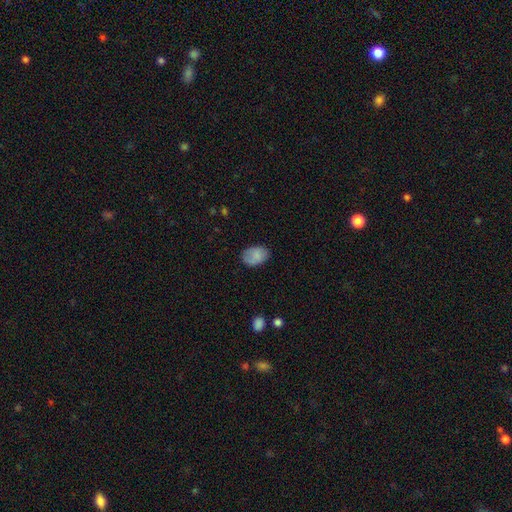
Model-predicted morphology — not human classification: This is clearly a smooth galaxy (81%). How rounded: clearly in between (83%). Merging: likely none (73%).